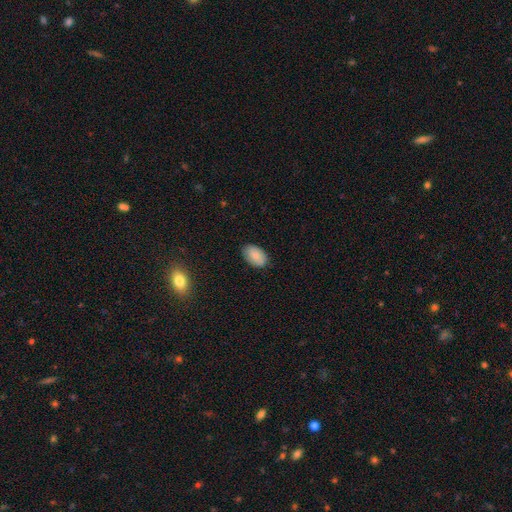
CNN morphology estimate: type=smooth (85%); roundness=in between (92%); merging=none (84%).